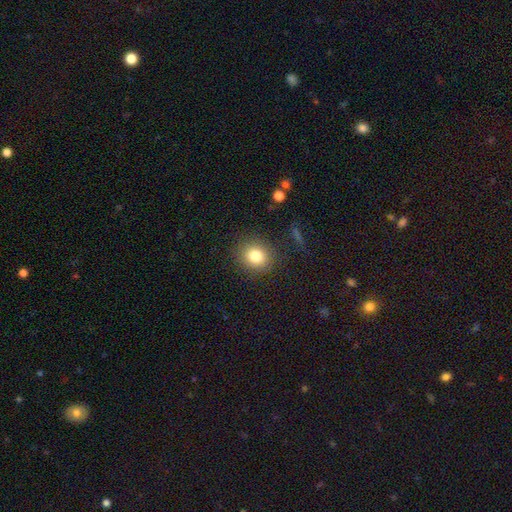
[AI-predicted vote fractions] Smooth or featured?
  - smooth: 81% *
  - star or artifact: 12%
  - featured or disk: 7%
How rounded?
  - round: 80% *
  - in between: 19%
  - cigar-shaped: 1%
Merging?
  - none: 90% *
  - minor disturbance: 7%
  - major disturbance: 2%
  - merger: 1%